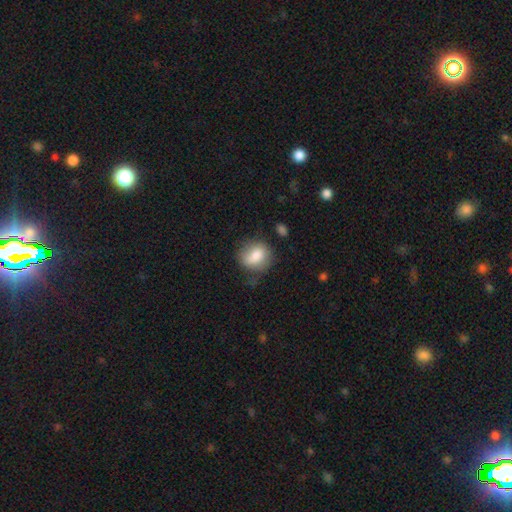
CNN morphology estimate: Smooth or featured?
  - smooth: 79% *
  - featured or disk: 13%
  - star or artifact: 8%
How rounded?
  - round: 57% *
  - in between: 42%
  - cigar-shaped: 1%
Merging?
  - none: 58% *
  - minor disturbance: 27%
  - major disturbance: 11%
  - merger: 4%